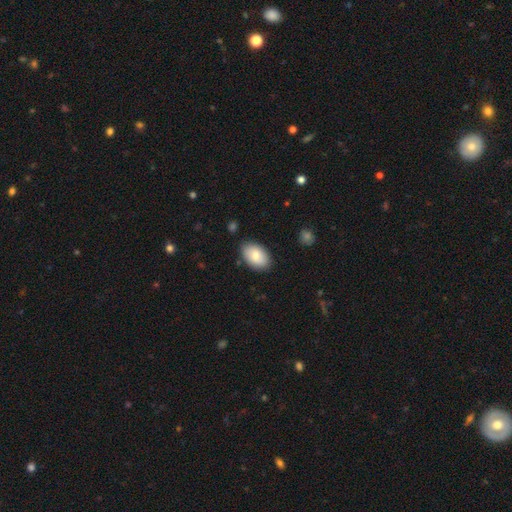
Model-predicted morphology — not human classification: type=smooth (80%); roundness=in between (92%); merging=none (83%).